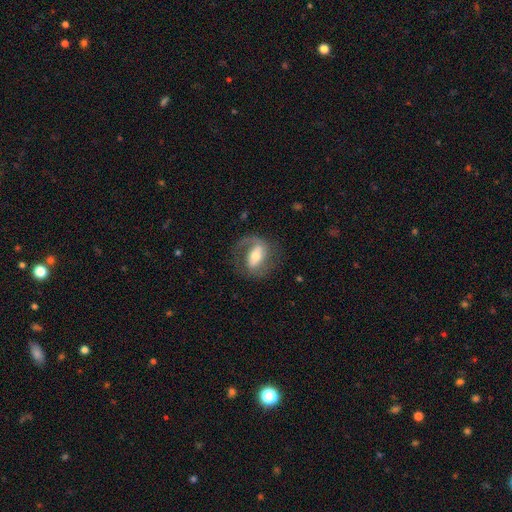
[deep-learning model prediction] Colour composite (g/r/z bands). It shows a featured or disk galaxy (75%) with a strong bar (43%), 2 (59%) medium (49%) spiral arms (89%) and a moderate central bulge (60%). Merging: none (64%).